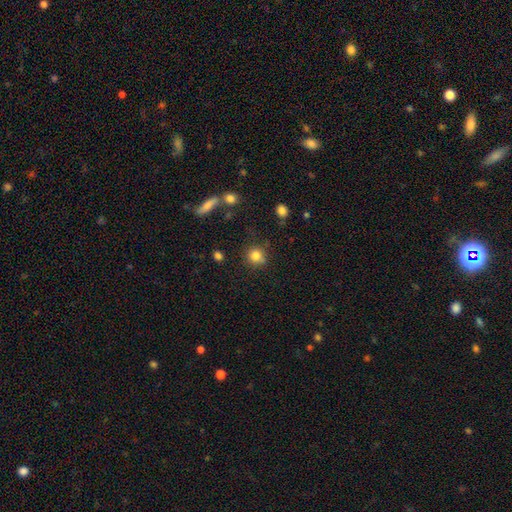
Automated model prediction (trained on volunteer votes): Smooth or featured? Predicted: smooth (p=0.82). How rounded? Predicted: round (p=0.87). Merging? Predicted: none (p=0.77).